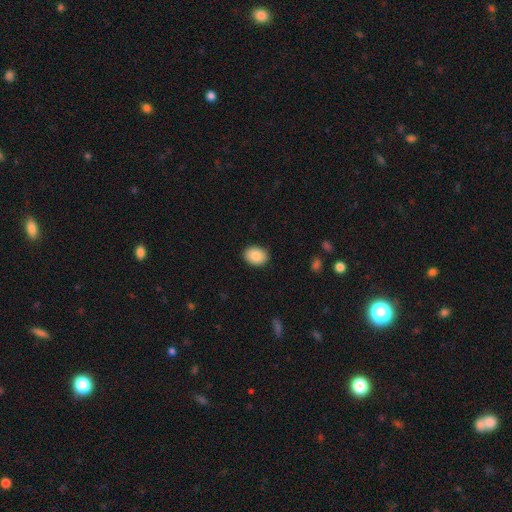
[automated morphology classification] The model was most divided on "how rounded": in between: 67%, round: 32%, cigar-shaped: 1%. More confident: merging — none (89%); smooth or featured — smooth (87%).